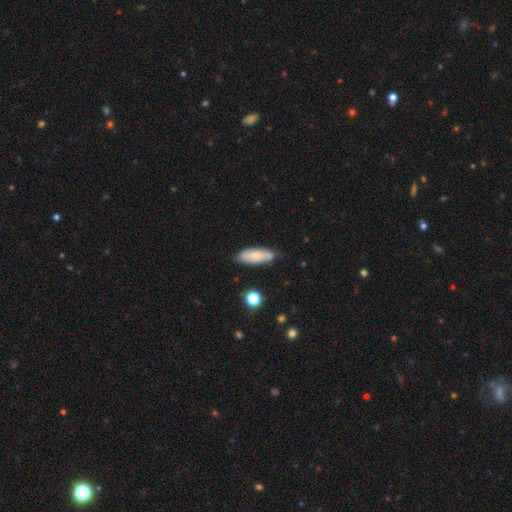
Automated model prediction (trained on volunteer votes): Smooth or featured? smooth (71%)
How rounded? in between (68%)
Merging? none (67%)